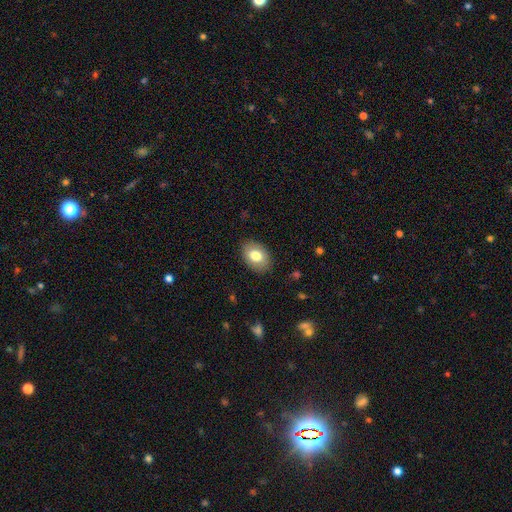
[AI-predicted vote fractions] A smooth galaxy with no disk features (79%) that is in between round and cigar-shaped (81%). Merging: none (86%).